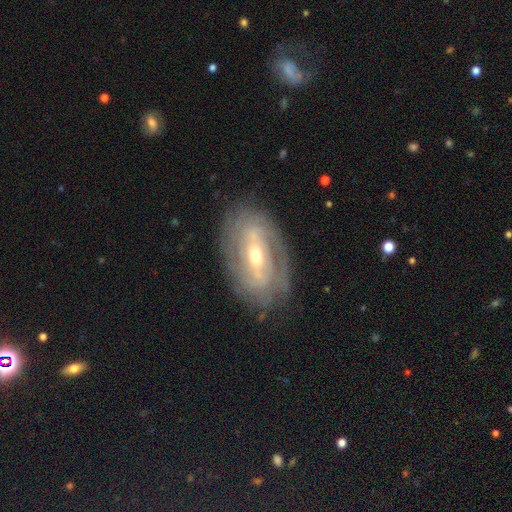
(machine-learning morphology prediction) type=featured or disk (80%); edge-on=no (92%); bar=strong (40%); spiral arms=yes (81%); winding=tight (66%); arm count=can't tell (39%); bulge=moderate (57%); merging=none (77%).